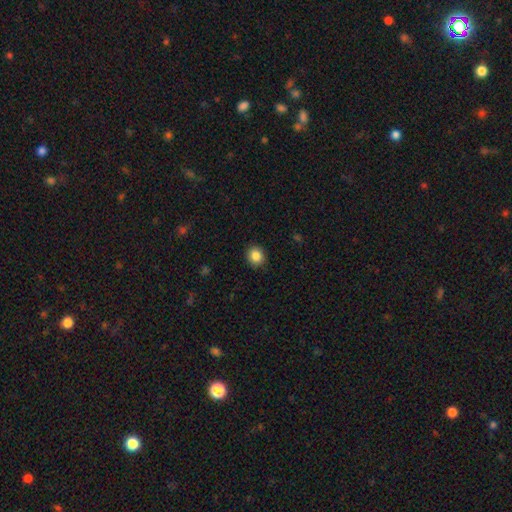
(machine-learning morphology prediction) Smooth or featured?
  - smooth: 86% *
  - star or artifact: 10%
  - featured or disk: 4%
How rounded?
  - round: 82% *
  - in between: 17%
  - cigar-shaped: 1%
Merging?
  - none: 90% *
  - minor disturbance: 7%
  - major disturbance: 2%
  - merger: 1%